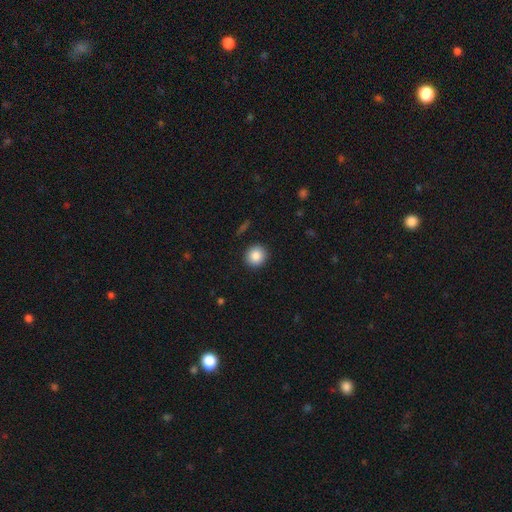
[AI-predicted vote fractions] Smooth or featured?
  - smooth: 87% *
  - star or artifact: 9%
  - featured or disk: 5%
How rounded?
  - round: 91% *
  - in between: 8%
  - cigar-shaped: 1%
Merging?
  - none: 91% *
  - minor disturbance: 6%
  - major disturbance: 2%
  - merger: 1%